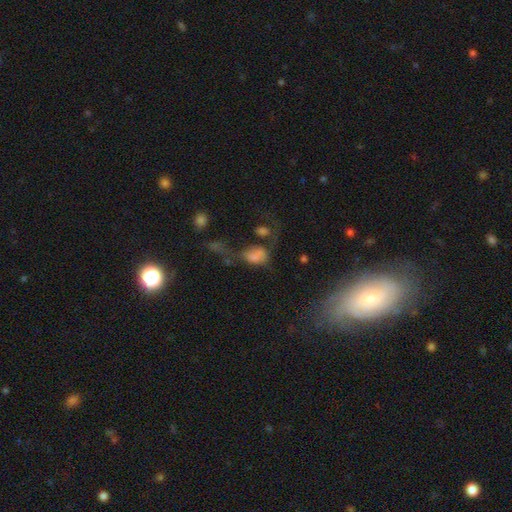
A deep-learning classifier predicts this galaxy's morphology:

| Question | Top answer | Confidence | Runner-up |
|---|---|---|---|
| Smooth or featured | smooth | 65% | featured or disk (19%) |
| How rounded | in between | 73% | round (24%) |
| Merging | merger | 38% | major disturbance (29%) |